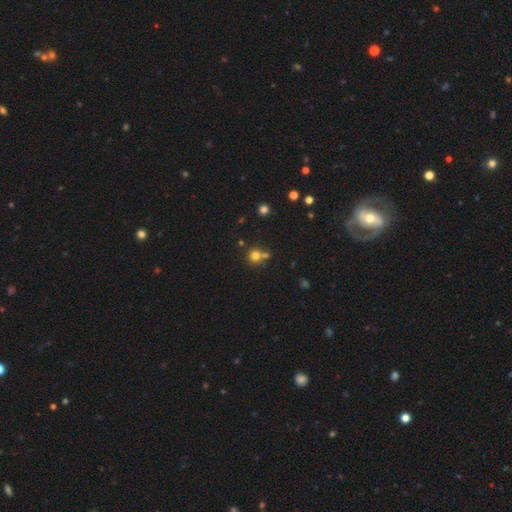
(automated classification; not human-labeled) Smooth or featured?
  - smooth: 75% *
  - star or artifact: 16%
  - featured or disk: 9%
How rounded?
  - round: 90% *
  - in between: 9%
  - cigar-shaped: 1%
Merging?
  - none: 60% *
  - merger: 29%
  - minor disturbance: 8%
  - major disturbance: 3%